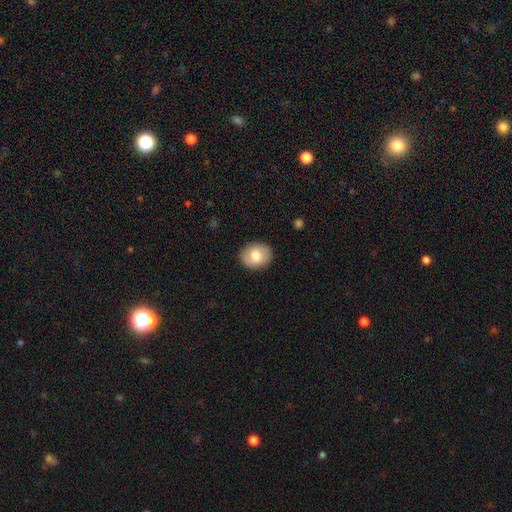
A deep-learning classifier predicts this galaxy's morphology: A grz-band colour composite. It shows a smooth galaxy with no disk features (74%) that is round (50%). Merging: none (88%).